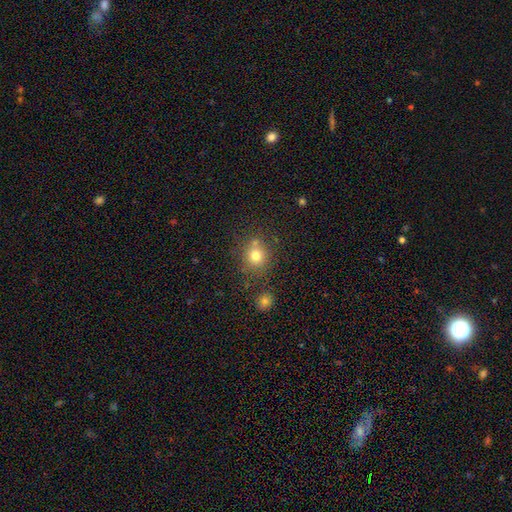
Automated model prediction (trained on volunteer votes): Q: Smooth or featured?
A: smooth (77%); runner-up: star or artifact (14%)
Q: How rounded?
A: round (85%); runner-up: in between (14%)
Q: Merging?
A: none (72%); runner-up: merger (13%)